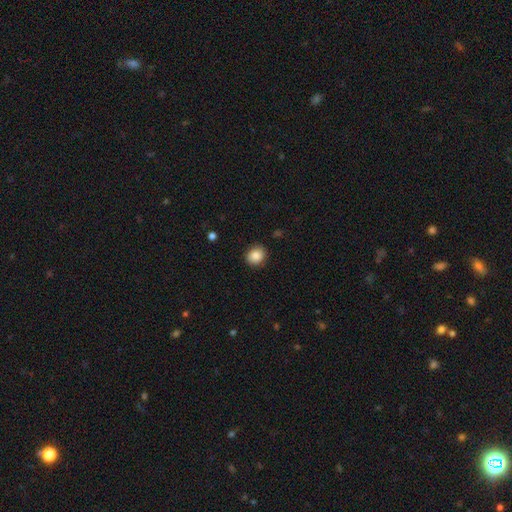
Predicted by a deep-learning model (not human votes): A smooth galaxy with no disk features (86%) that is round (69%).

Vote fractions:
- Smooth or featured? smooth: 86% / star or artifact: 8% / featured or disk: 5%
- How rounded? round: 69% / in between: 30% / cigar-shaped: 1%
- Merging? none: 87% / minor disturbance: 10% / major disturbance: 2% / merger: 1%